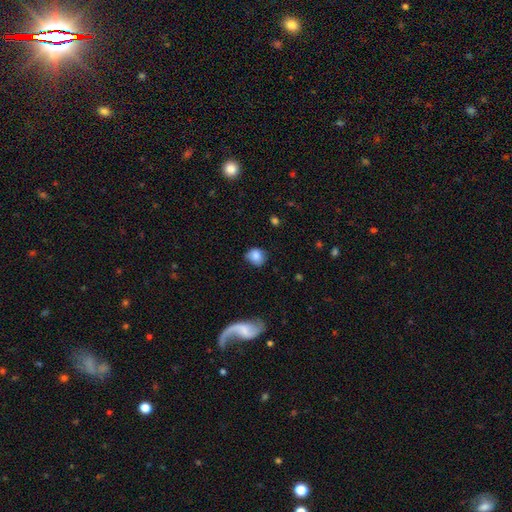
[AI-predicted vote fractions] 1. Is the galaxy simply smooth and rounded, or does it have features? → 82% smooth, 10% featured or disk, 9% star or artifact.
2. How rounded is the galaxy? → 72% round, 27% in between, 1% cigar-shaped.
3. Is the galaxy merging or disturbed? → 64% none, 28% minor disturbance, 6% major disturbance, 2% merger.